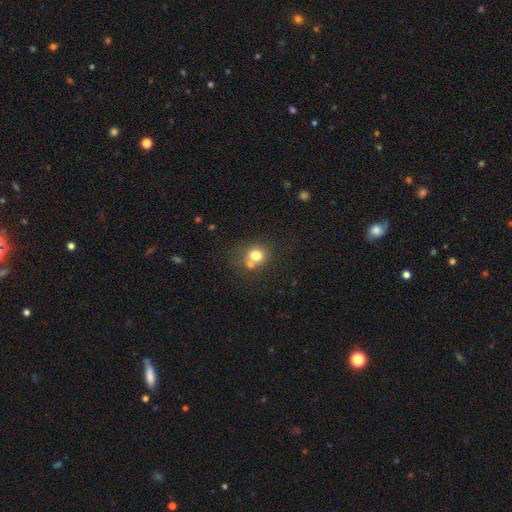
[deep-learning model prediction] Q: Smooth or featured?
A: smooth (75%); runner-up: featured or disk (13%)
Q: How rounded?
A: round (81%); runner-up: in between (18%)
Q: Merging?
A: none (51%); runner-up: merger (34%)